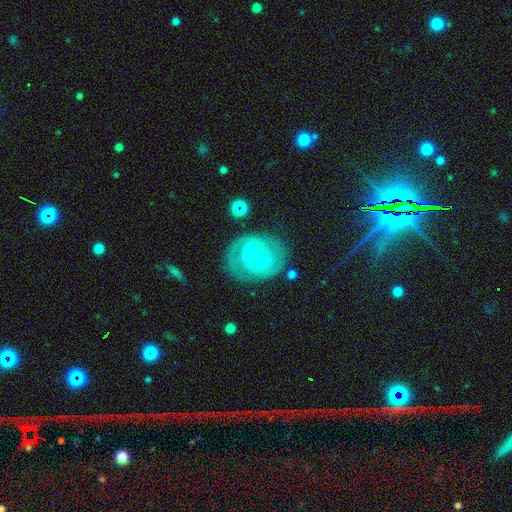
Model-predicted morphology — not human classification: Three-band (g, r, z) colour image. It shows a featured or disk galaxy (84%) with a weak bar (49%), 2 (61%) tight (73%) spiral arms (94%) and a small central bulge (77%). Merging: none (76%).